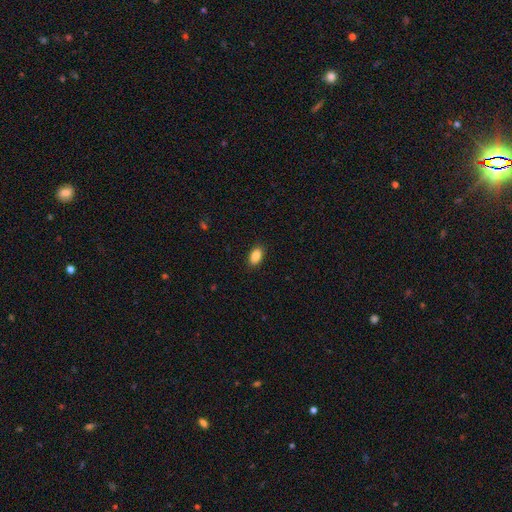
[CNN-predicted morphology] A smooth galaxy with no disk features (88%) that is in between round and cigar-shaped (91%).

Vote fractions:
- Smooth or featured? smooth: 88% / star or artifact: 8% / featured or disk: 4%
- How rounded? in between: 91% / round: 6% / cigar-shaped: 2%
- Merging? none: 88% / minor disturbance: 9% / major disturbance: 2% / merger: 1%